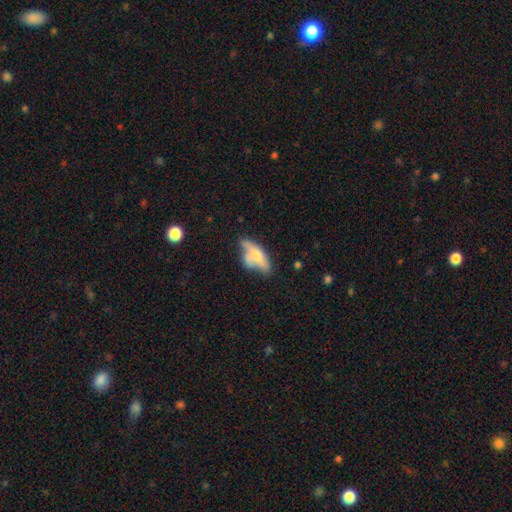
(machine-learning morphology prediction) A smooth galaxy with no disk features (48%). Merging: none (37%).